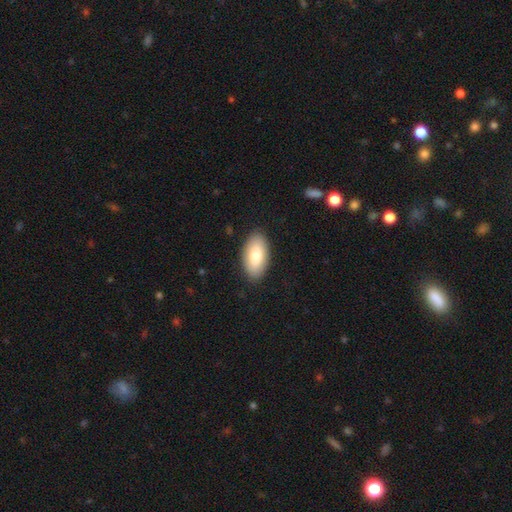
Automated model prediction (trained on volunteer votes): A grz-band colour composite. It shows a smooth galaxy with no disk features (80%) that is in between round and cigar-shaped (94%). Merging: none (88%).